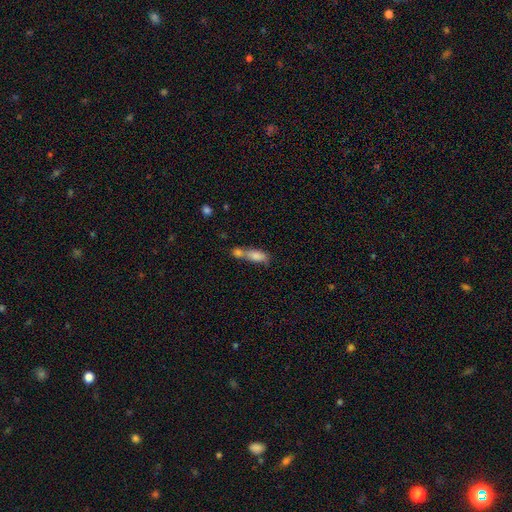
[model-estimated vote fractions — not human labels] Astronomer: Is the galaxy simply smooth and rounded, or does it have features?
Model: smooth — 79%.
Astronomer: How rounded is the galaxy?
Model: in between — 71%.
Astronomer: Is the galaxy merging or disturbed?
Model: merger — 66%.